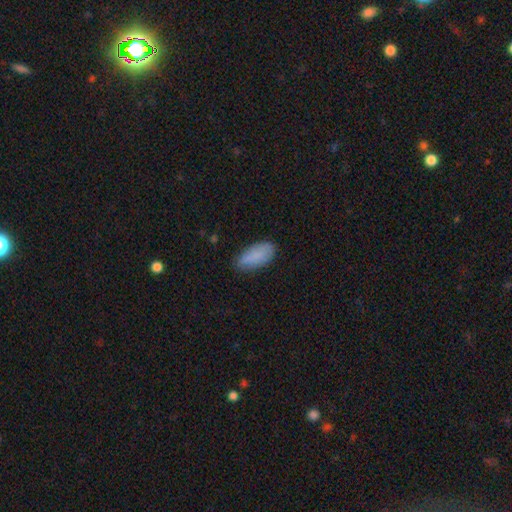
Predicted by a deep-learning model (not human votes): Smooth or featured: smooth — 85% (featured or disk — 8%)
How rounded: in between — 89% (cigar-shaped — 8%)
Merging: none — 73% (minor disturbance — 22%)